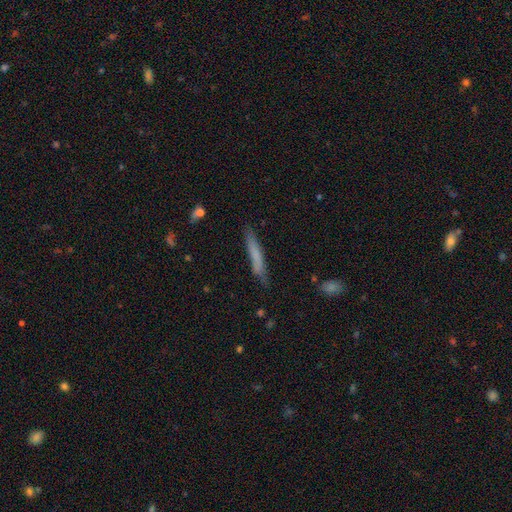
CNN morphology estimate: This is likely a smooth galaxy (68%). How rounded: clearly cigar-shaped (94%). Merging: likely none (79%).